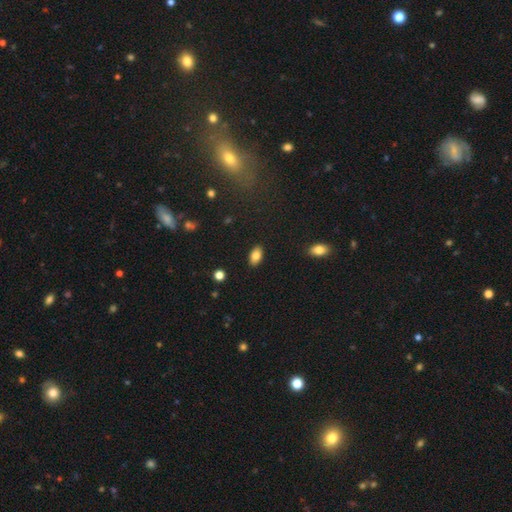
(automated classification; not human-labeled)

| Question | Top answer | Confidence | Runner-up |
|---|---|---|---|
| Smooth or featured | smooth | 83% | featured or disk (9%) |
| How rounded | in between | 92% | round (5%) |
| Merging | none | 88% | minor disturbance (8%) |